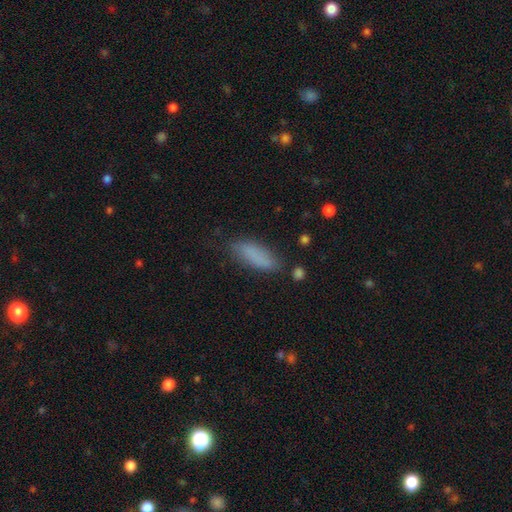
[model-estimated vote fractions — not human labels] Smooth or featured? Predicted: smooth (p=0.84). How rounded? Predicted: in between (p=0.57). Merging? Predicted: none (p=0.75).